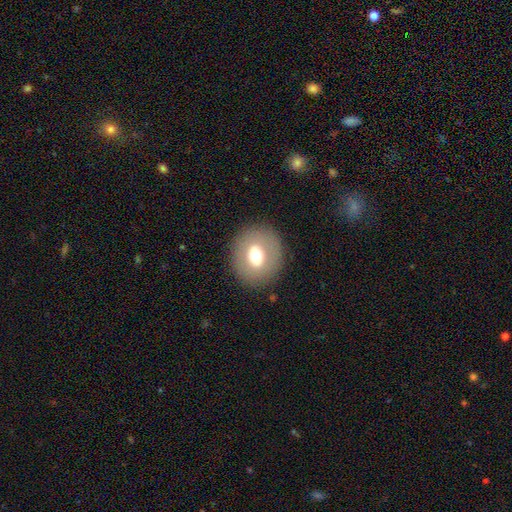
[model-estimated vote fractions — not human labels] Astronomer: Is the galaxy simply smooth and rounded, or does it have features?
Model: smooth — 60%.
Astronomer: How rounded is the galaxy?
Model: round — 61% (runner-up: in between, 38%).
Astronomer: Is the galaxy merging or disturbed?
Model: none — 86%.